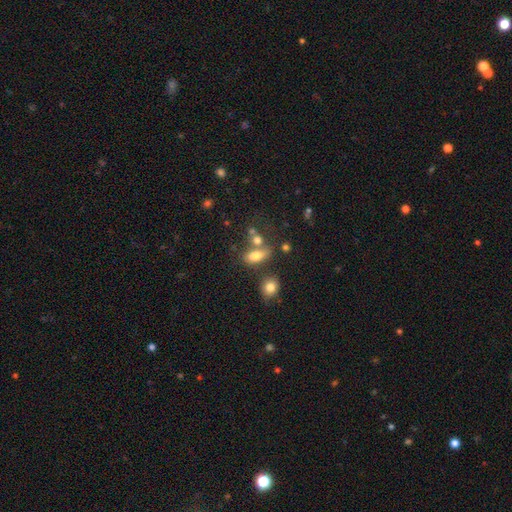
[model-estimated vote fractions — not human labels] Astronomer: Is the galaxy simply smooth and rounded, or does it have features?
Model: smooth — 74%.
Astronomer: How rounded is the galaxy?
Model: in between — 80%.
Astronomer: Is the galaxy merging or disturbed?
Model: none — 46% (runner-up: merger, 32%).